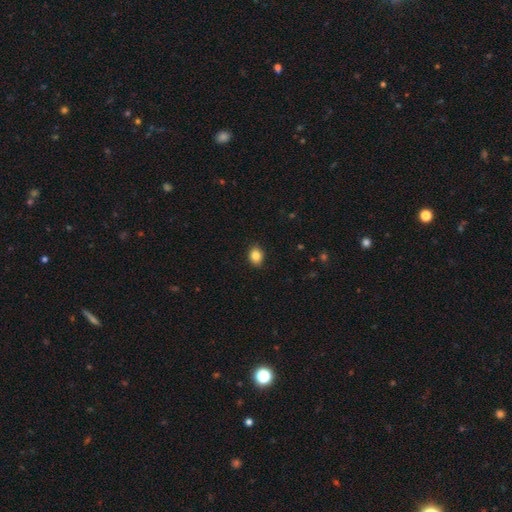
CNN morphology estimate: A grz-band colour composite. It shows a smooth galaxy with no disk features (85%) that is in between round and cigar-shaped (53%). Merging: none (88%).